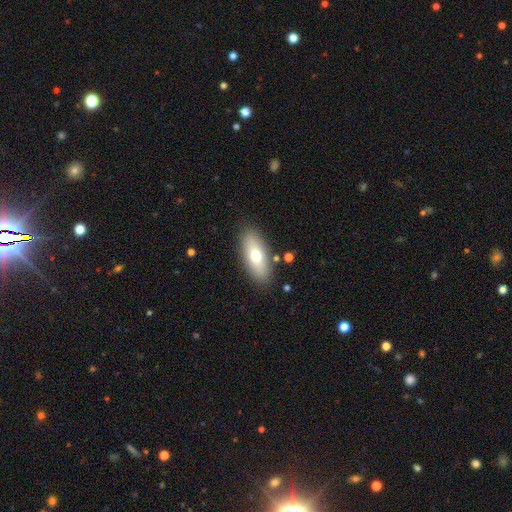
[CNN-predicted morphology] smooth 68%, featured or disk 25%, star or artifact 7%. Down the decision tree: how rounded — in between (80%); merging — none (85%).